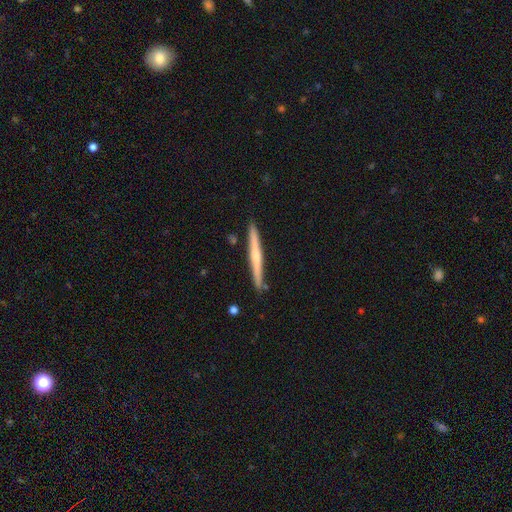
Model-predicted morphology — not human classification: Smooth or featured: featured or disk — 54% (smooth — 41%)
Edge-on disk: yes — 98% (no — 2%)
Edge-on bulge: rounded — 46% (tied with none — 46%)
Merging: none — 88% (minor disturbance — 9%)